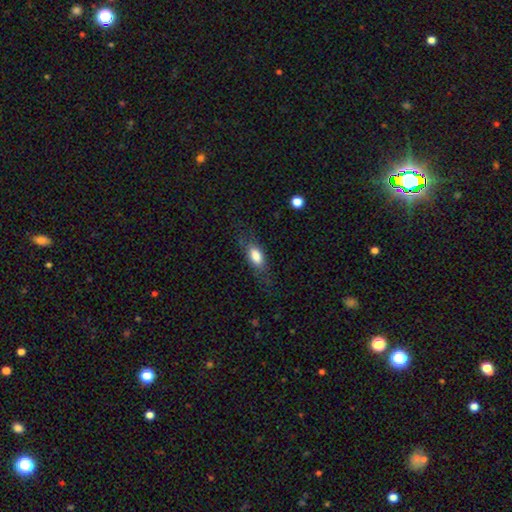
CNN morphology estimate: The model was most divided on "smooth or featured": smooth: 72%, featured or disk: 21%, star or artifact: 7%. More confident: how rounded — in between (78%); merging — none (70%).